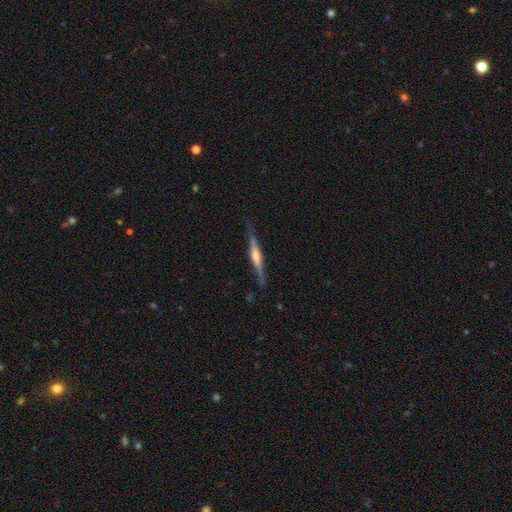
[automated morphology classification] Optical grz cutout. It shows a featured or disk galaxy (70%) viewed edge-on (97%) with a rounded central bulge (70%). Merging: none (80%).